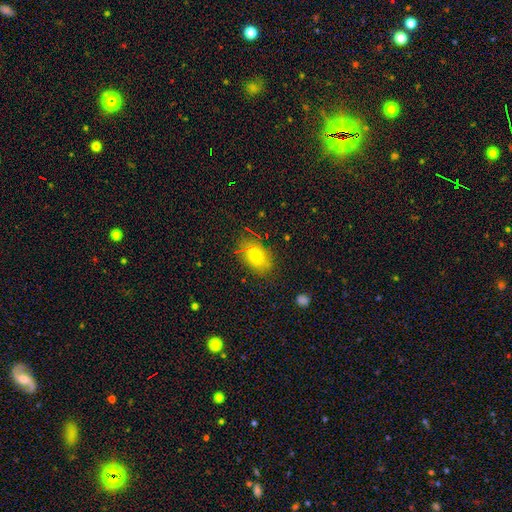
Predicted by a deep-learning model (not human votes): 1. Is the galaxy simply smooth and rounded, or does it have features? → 72% smooth, 14% featured or disk, 14% star or artifact.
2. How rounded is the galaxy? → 82% in between, 16% round, 2% cigar-shaped.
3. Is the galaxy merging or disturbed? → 78% none, 16% minor disturbance, 5% major disturbance, 2% merger.